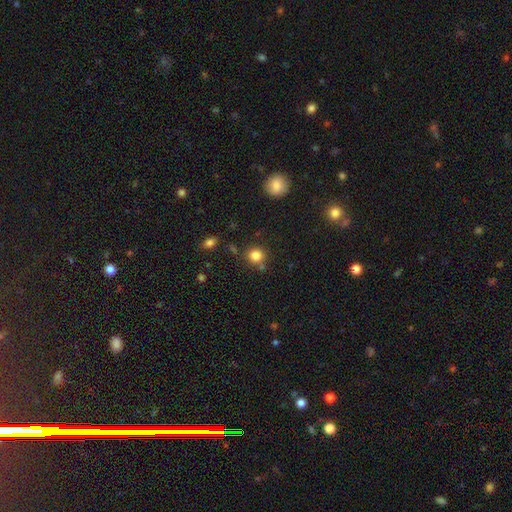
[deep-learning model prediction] The model was most divided on "merging": none: 79%, minor disturbance: 10%, merger: 8%, major disturbance: 3%. More confident: how rounded — round (89%); smooth or featured — smooth (83%).